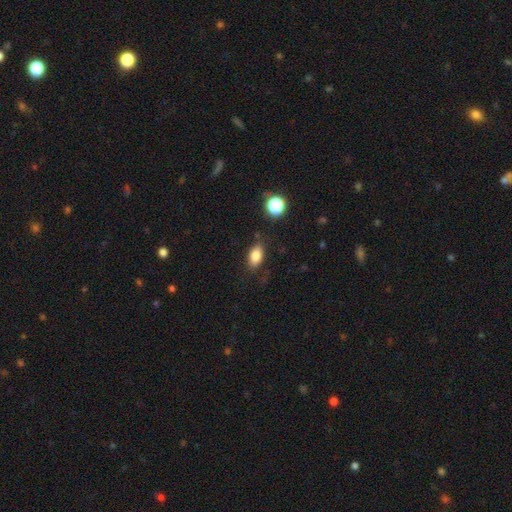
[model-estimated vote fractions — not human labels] smooth_or_featured: smooth (p=0.83) [alt: star or artifact p=0.10]
how_rounded: in between (p=0.88) [alt: round p=0.09]
merging: none (p=0.80) [alt: minor disturbance p=0.13]